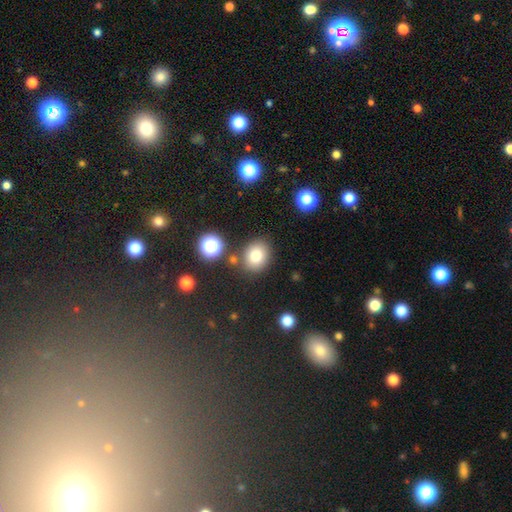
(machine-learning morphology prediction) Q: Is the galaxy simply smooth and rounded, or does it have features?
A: smooth — 81%.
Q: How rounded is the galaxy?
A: round — 57%.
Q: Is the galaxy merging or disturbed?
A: none — 79%.